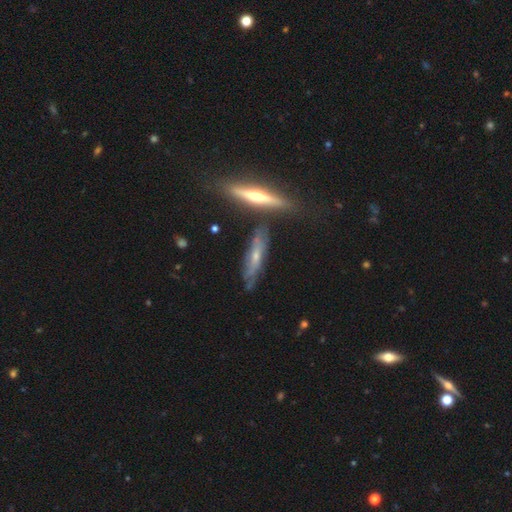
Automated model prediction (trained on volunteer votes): Overall: featured or disk (67%). Edge-on disk: yes (70%; no 30%). Merging: none (68%).